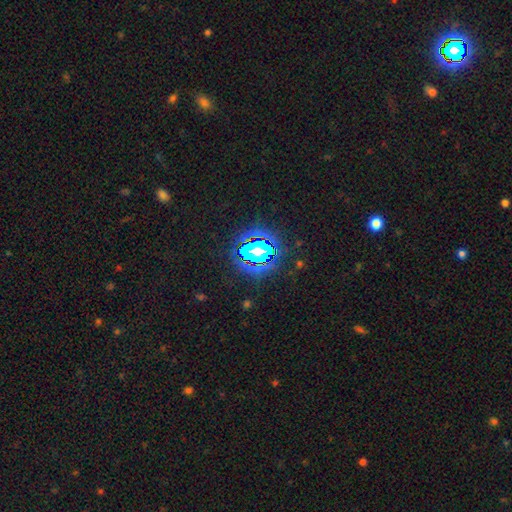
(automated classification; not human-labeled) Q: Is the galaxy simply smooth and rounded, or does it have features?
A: star or artifact — 79%.